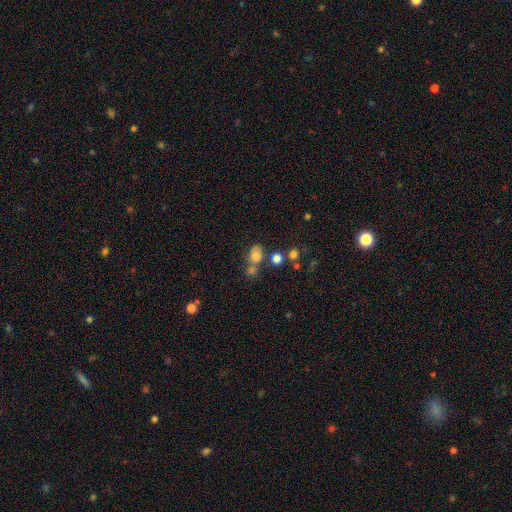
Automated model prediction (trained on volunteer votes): This is likely a smooth galaxy (76%). How rounded: likely in between (60%). Merging: possibly none (46%).